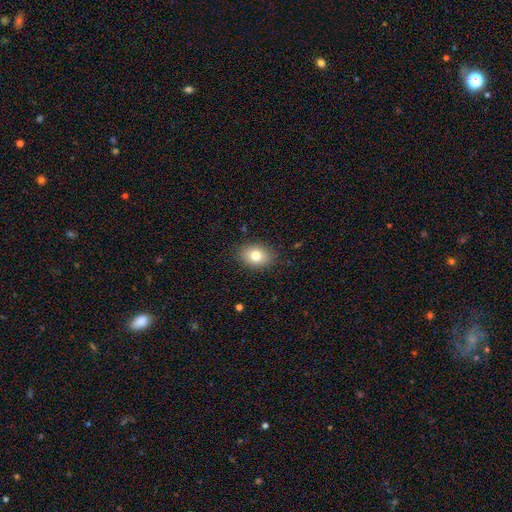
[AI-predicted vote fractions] smooth 80%, featured or disk 11%, star or artifact 10%. Down the decision tree: how rounded — in between (67%); merging — none (86%).